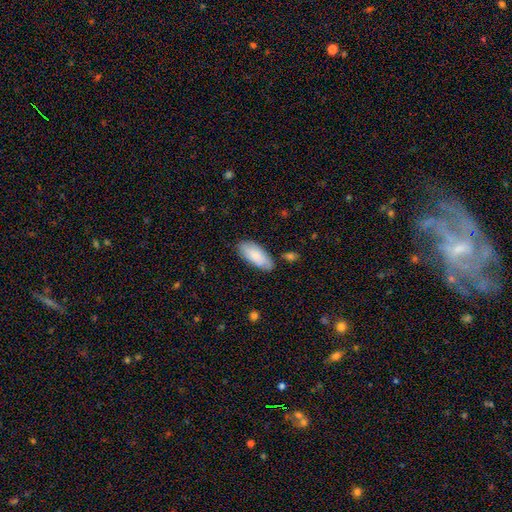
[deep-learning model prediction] Morphology: type=smooth (81%); roundness=in between (87%); merging=none (79%).